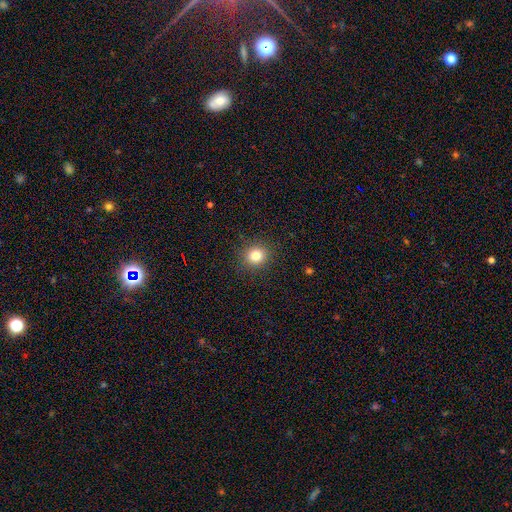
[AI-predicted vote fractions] The model was most divided on "smooth or featured": smooth: 81%, star or artifact: 12%, featured or disk: 6%. More confident: merging — none (90%); how rounded — round (86%).